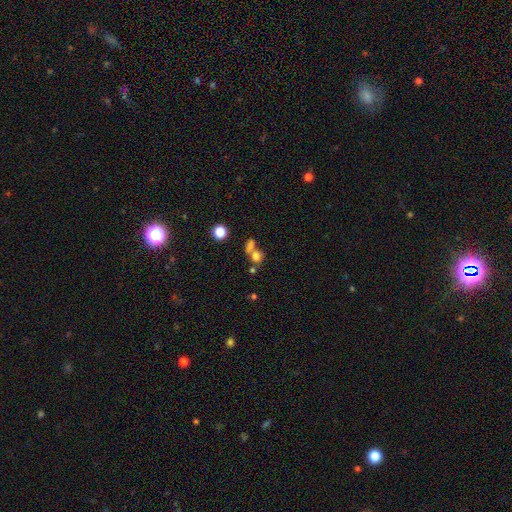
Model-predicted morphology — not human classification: Q: Smooth or featured?
A: smooth (72%); runner-up: star or artifact (16%)
Q: How rounded?
A: round (70%); runner-up: in between (28%)
Q: Merging?
A: merger (48%); runner-up: none (37%)